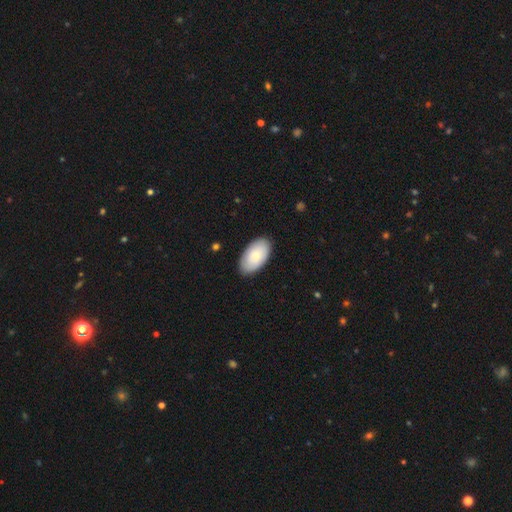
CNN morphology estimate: Smooth or featured: smooth — 76% (featured or disk — 19%)
How rounded: in between — 96% (round — 3%)
Merging: none — 86% (minor disturbance — 11%)